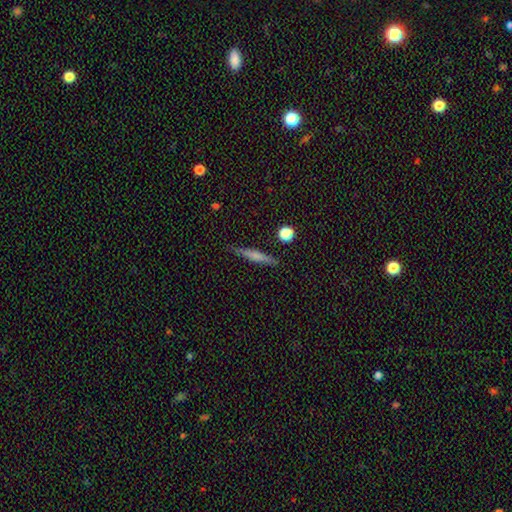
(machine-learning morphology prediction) This is possibly a smooth galaxy (57%). How rounded: clearly cigar-shaped (91%). Merging: clearly none (86%).